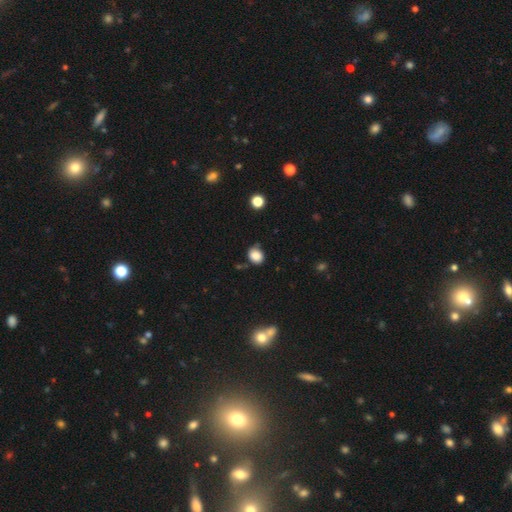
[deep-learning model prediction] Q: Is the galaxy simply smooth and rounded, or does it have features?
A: smooth — 84%.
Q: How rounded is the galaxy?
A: round — 59%.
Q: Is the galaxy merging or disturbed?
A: none — 67%.